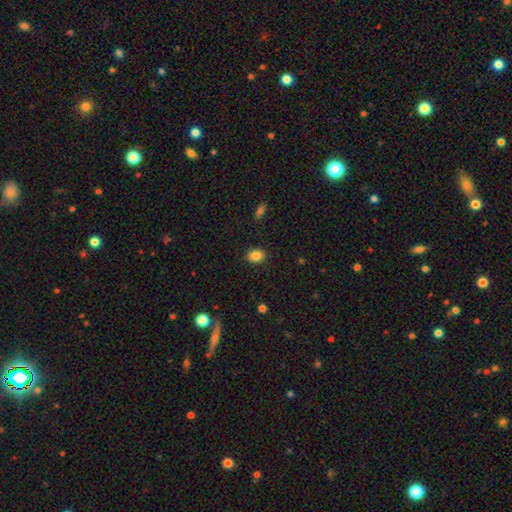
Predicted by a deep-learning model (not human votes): This appears to be a smooth galaxy with no disk features (85%) that is in between round and cigar-shaped (64%). Merging: none (88%).